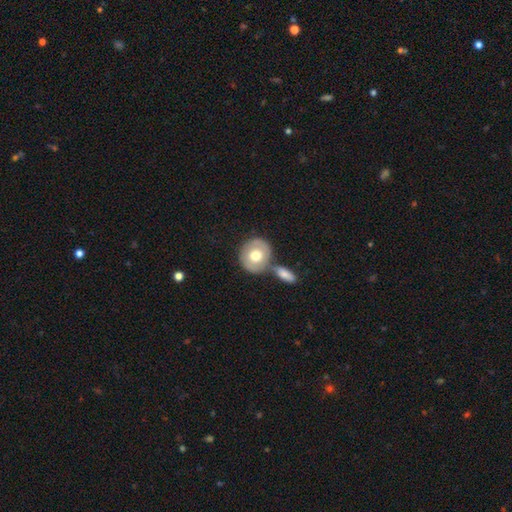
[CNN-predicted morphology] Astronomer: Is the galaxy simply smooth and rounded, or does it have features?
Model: smooth — 62%.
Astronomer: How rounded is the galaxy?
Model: round — 80%.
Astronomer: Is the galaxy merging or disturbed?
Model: none — 55%.